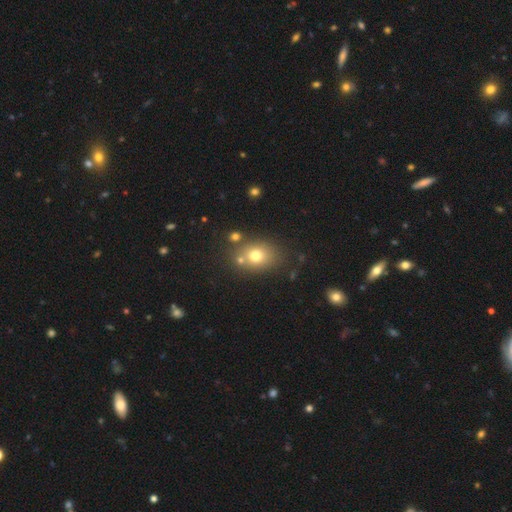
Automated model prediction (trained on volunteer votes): This appears to be a smooth galaxy with no disk features (73%) that is in between round and cigar-shaped (53%). Merging: none (70%).